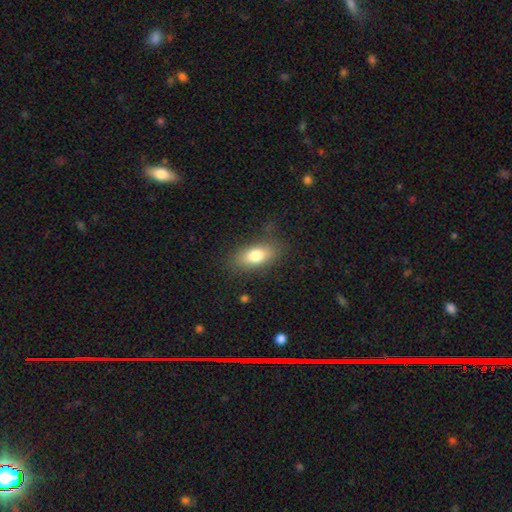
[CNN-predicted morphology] Overall: smooth (77%). How rounded: in between (83%). Merging: none (78%).